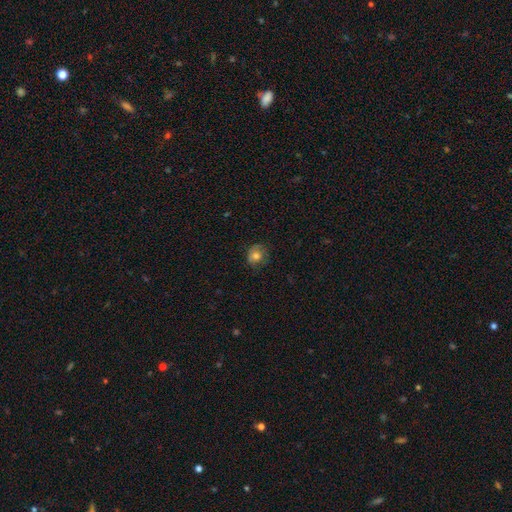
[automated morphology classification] Smooth or featured?
  - smooth: 71% *
  - featured or disk: 19%
  - star or artifact: 10%
How rounded?
  - round: 73% *
  - in between: 26%
  - cigar-shaped: 1%
Merging?
  - none: 64% *
  - minor disturbance: 25%
  - major disturbance: 10%
  - merger: 1%